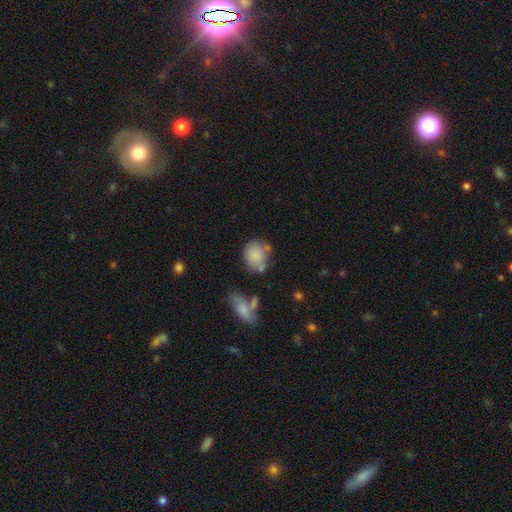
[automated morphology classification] This is clearly a smooth galaxy (81%). How rounded: possibly in between (50%). Merging: possibly none (52%).